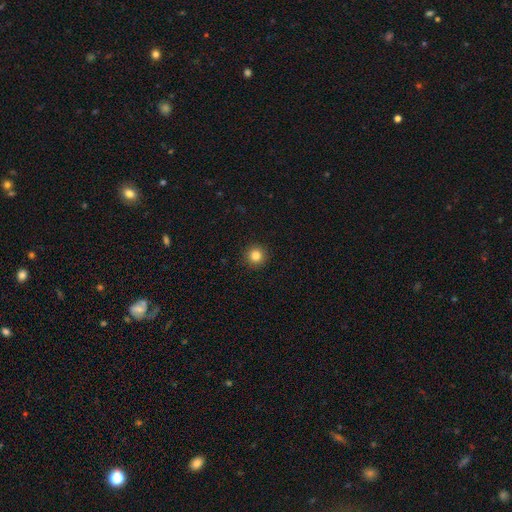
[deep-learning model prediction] Smooth or featured?
  - smooth: 84% *
  - star or artifact: 11%
  - featured or disk: 5%
How rounded?
  - round: 95% *
  - in between: 4%
  - cigar-shaped: 1%
Merging?
  - none: 93% *
  - minor disturbance: 5%
  - major disturbance: 2%
  - merger: 1%